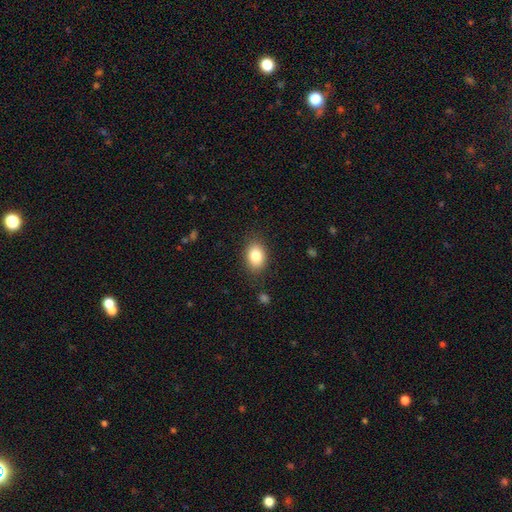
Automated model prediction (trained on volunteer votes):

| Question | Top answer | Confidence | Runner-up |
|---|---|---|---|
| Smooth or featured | smooth | 84% | featured or disk (8%) |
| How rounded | in between | 76% | round (23%) |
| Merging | none | 85% | minor disturbance (11%) |